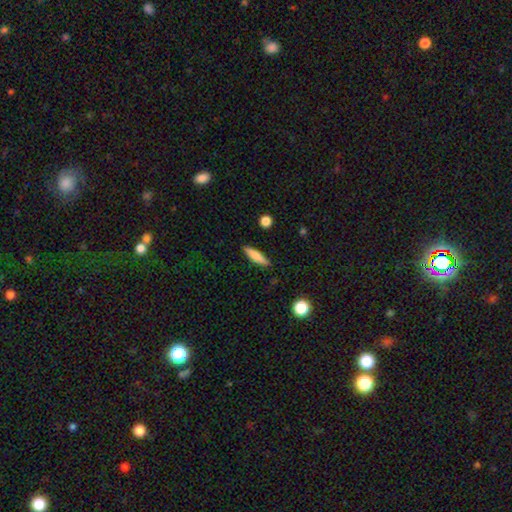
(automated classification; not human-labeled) This is likely a smooth galaxy (76%). How rounded: likely cigar-shaped (76%). Merging: clearly none (87%).